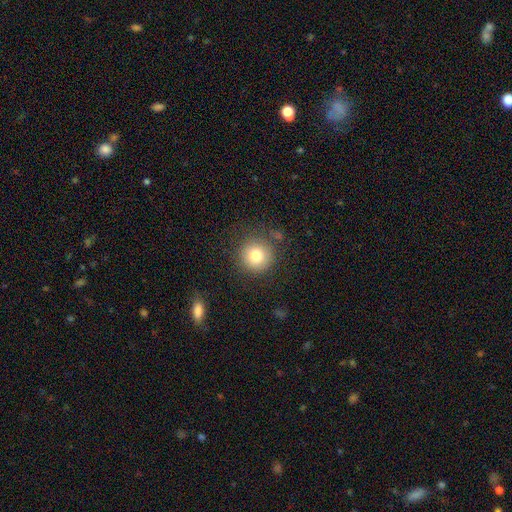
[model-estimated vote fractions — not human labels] Overall: smooth (79%). How rounded: round (95%). Merging: none (84%).